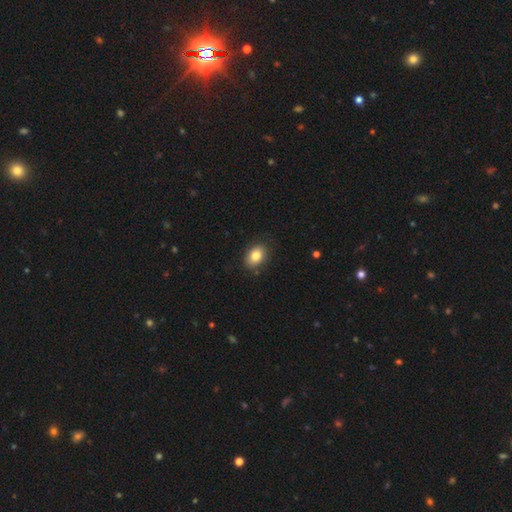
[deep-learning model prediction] smooth_or_featured: smooth (p=0.84) [alt: star or artifact p=0.09]
how_rounded: in between (p=0.79) [alt: round p=0.20]
merging: none (p=0.84) [alt: minor disturbance p=0.12]